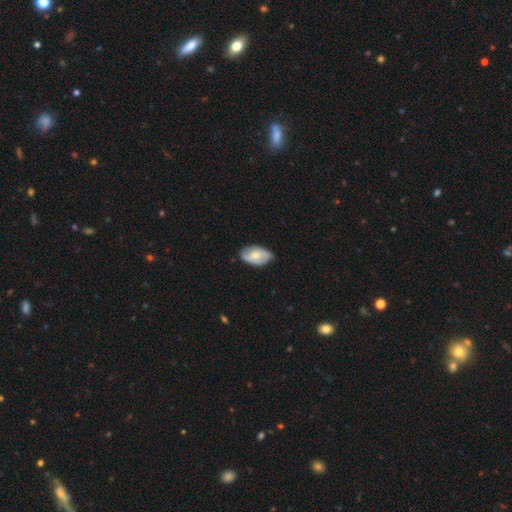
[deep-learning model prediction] A smooth galaxy with no disk features (53%) that is in between round and cigar-shaped (92%). Merging: none (73%).